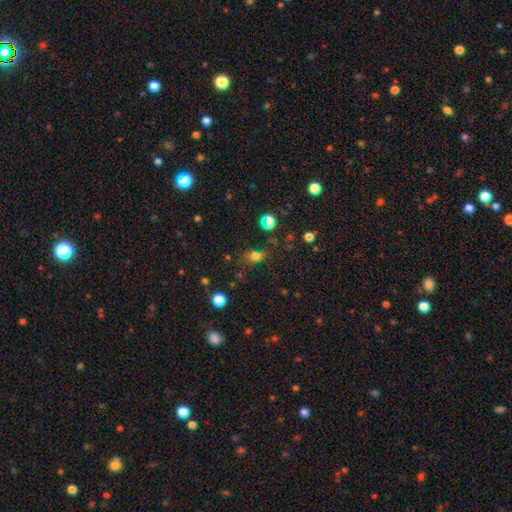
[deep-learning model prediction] A smooth galaxy with no disk features (64%) that is in between round and cigar-shaped (53%). Merging: none (59%).